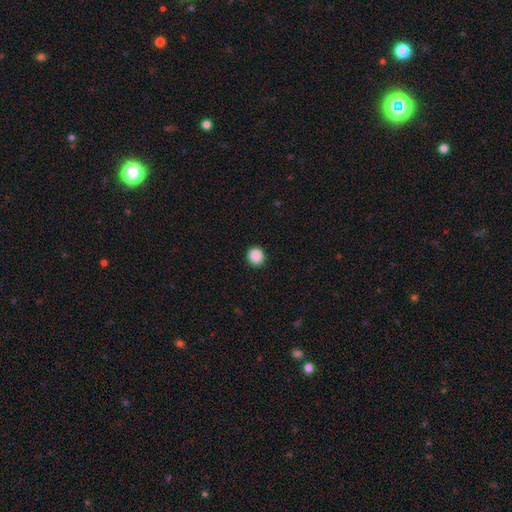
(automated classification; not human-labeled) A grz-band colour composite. It shows a smooth galaxy with no disk features (89%) that is round (89%). Merging: none (92%).